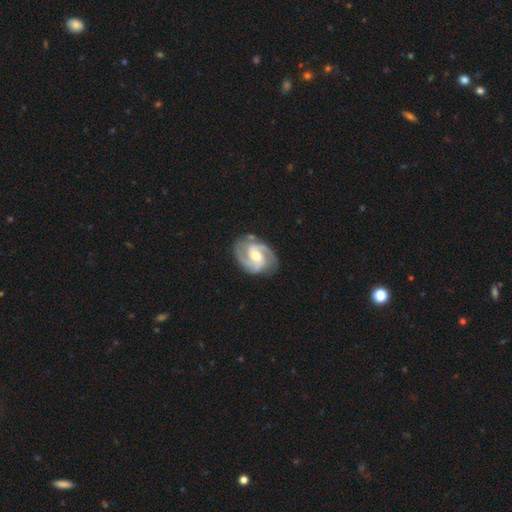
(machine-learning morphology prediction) This is clearly a featured or disk galaxy (91%). It is clearly not viewed edge-on (98%). Bar: possibly weak (47%). Spiral arm pattern: clearly yes (98%). Spiral arm count: likely 2 (72%). Spiral winding: possibly medium (52%). Central bulge: likely moderate (72%). Merging: clearly none (80%).